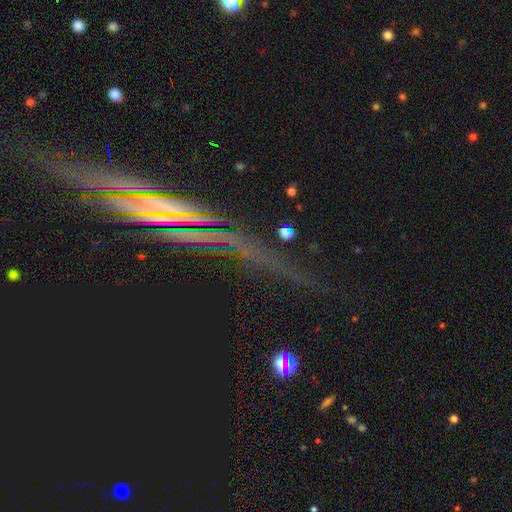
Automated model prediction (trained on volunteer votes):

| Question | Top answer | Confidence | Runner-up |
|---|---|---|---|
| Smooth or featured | star or artifact | 54% | featured or disk (33%) |